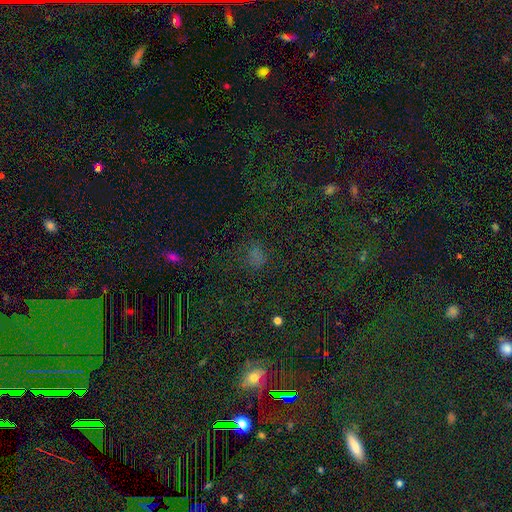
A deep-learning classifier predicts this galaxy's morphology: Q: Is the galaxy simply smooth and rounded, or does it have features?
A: smooth — 53%.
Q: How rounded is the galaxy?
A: round — 54%.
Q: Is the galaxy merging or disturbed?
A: none — 66%.